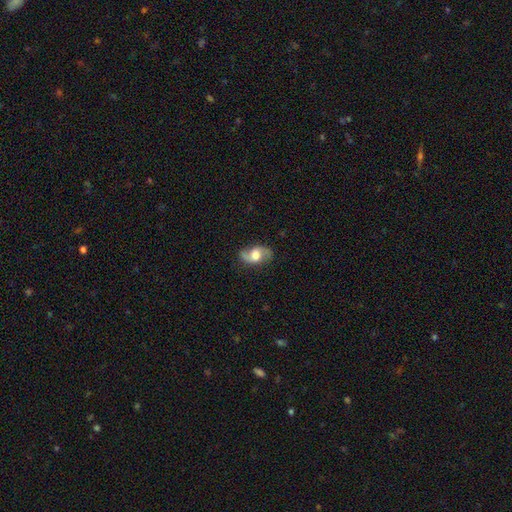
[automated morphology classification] A featured or disk galaxy (68%) with no bar (56%), 2 (90%) loose (59%) spiral arms (90%) and a moderate central bulge (45%).

Vote fractions:
- Smooth or featured? featured or disk: 68% / smooth: 26% / star or artifact: 7%
- Edge-on disk? no: 95% / yes: 5%
- Bar? no: 56% / weak: 35% / strong: 9%
- Spiral arms? yes: 90% / no: 10%
- Spiral winding? loose: 59% / medium: 32% / tight: 9%
- Spiral arm count? 2: 90% / 1: 4% / can't tell: 3% / 3: 1% / 4: 1% / more than 4: 1%
- Bulge size? moderate: 45% / large: 42% / small: 6% / dominant: 4% / none: 2%
- Merging? none: 76% / minor disturbance: 16% / major disturbance: 6% / merger: 1%